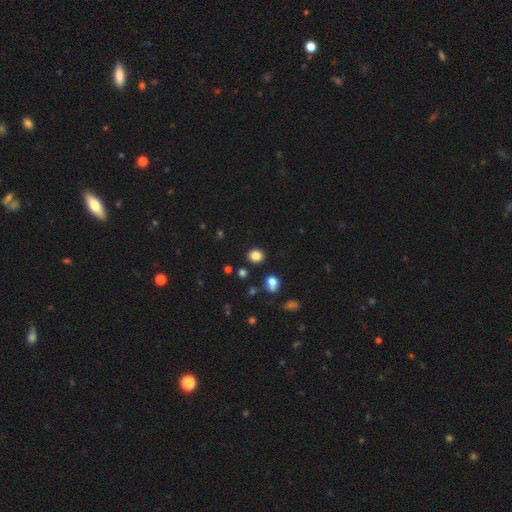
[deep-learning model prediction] Smooth or featured? Predicted: smooth (p=0.83). How rounded? Predicted: round (p=0.71). Merging? Predicted: none (p=0.86).